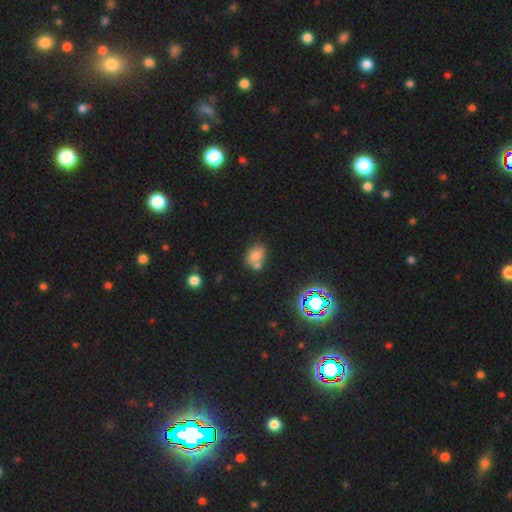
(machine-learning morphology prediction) smooth_or_featured: smooth (p=0.71) [alt: star or artifact p=0.17]
how_rounded: in between (p=0.63) [alt: round p=0.36]
merging: none (p=0.48) [alt: merger p=0.33]